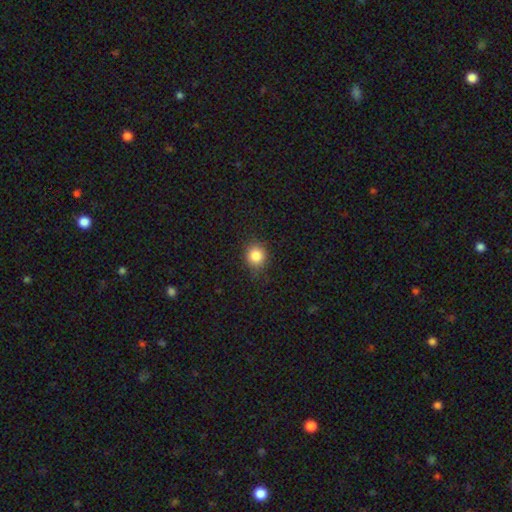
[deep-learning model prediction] Smooth or featured? Predicted: smooth (p=0.84). How rounded? Predicted: round (p=0.84). Merging? Predicted: none (p=0.83).